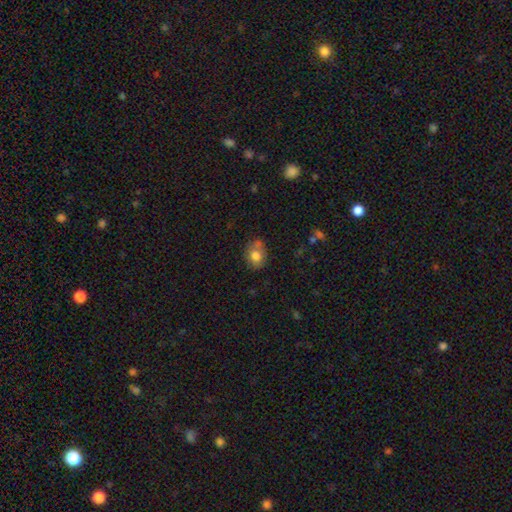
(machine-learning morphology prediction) Q: Smooth or featured?
A: smooth (75%); runner-up: featured or disk (15%)
Q: How rounded?
A: in between (59%); runner-up: round (40%)
Q: Merging?
A: none (61%); runner-up: minor disturbance (23%)